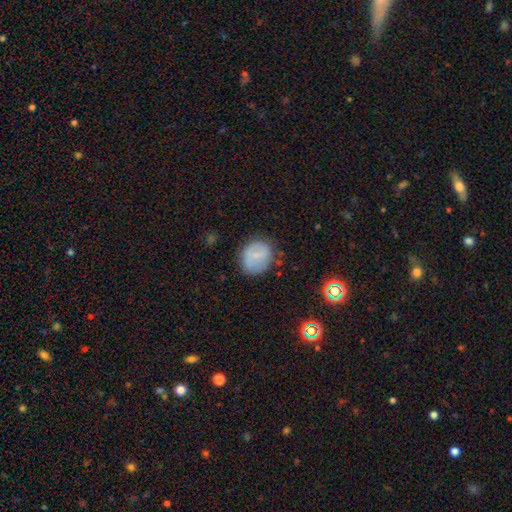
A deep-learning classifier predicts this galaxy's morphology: type=smooth (64%); roundness=round (76%); merging=none (76%).